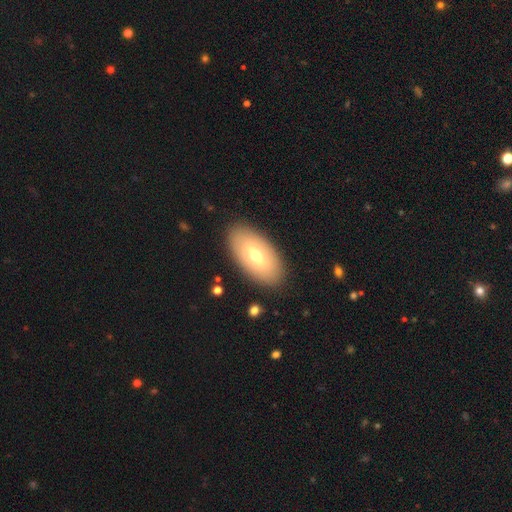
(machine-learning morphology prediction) A smooth galaxy with no disk features (57%) that is in between round and cigar-shaped (92%). Merging: none (88%).